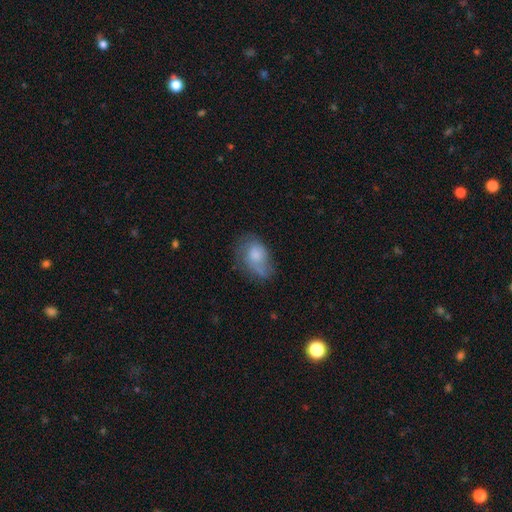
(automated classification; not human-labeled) This is likely a smooth galaxy (63%). How rounded: clearly in between (82%). Merging: marginally none (44%).